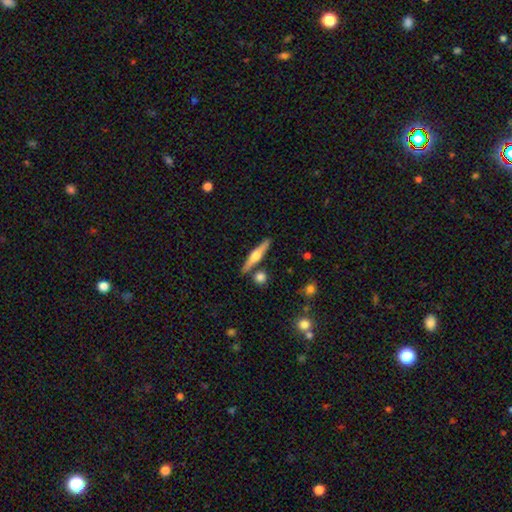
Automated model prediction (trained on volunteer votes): A featured or disk galaxy (58%) viewed edge-on (96%) with a rounded central bulge (91%).

Vote fractions:
- Smooth or featured? featured or disk: 58% / smooth: 36% / star or artifact: 6%
- Edge-on disk? yes: 96% / no: 4%
- Edge-on bulge? rounded: 91% / boxy: 5% / none: 4%
- Merging? none: 82% / minor disturbance: 8% / merger: 8% / major disturbance: 2%